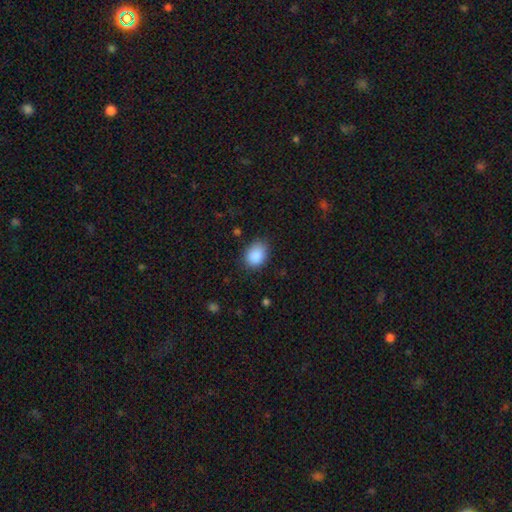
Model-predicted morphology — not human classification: This is clearly a smooth galaxy (88%). How rounded: likely in between (65%). Merging: likely none (80%).